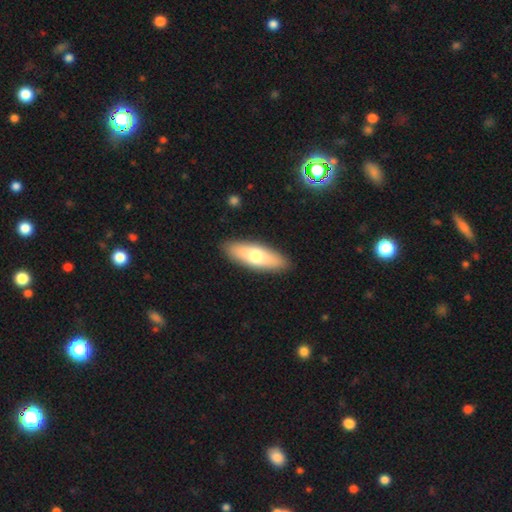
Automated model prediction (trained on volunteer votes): The model was most divided on "how rounded": in between: 58%, cigar-shaped: 40%, round: 3%. More confident: merging — none (89%); smooth or featured — smooth (66%).